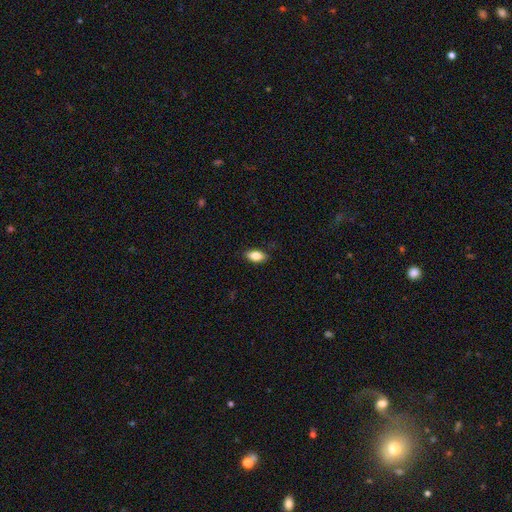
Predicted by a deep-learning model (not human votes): Smooth or featured?
  - smooth: 84% *
  - featured or disk: 9%
  - star or artifact: 7%
How rounded?
  - in between: 89% *
  - cigar-shaped: 6%
  - round: 5%
Merging?
  - none: 86% *
  - minor disturbance: 11%
  - major disturbance: 2%
  - merger: 1%